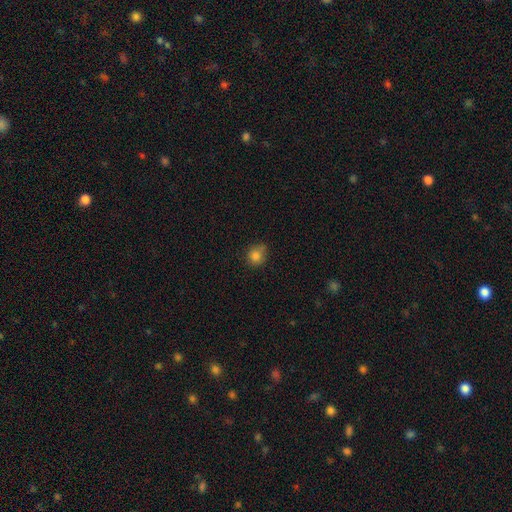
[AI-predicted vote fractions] Smooth or featured: smooth — 82% (star or artifact — 11%)
How rounded: round — 81% (in between — 18%)
Merging: none — 66% (minor disturbance — 25%)